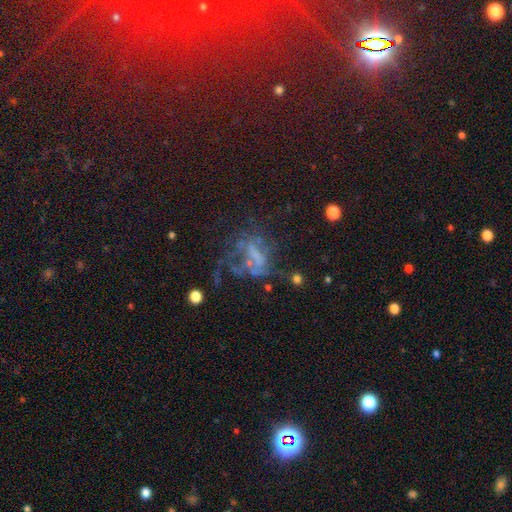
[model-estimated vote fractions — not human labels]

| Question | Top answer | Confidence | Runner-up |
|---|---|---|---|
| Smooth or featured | featured or disk | 48% | star or artifact (34%) |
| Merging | major disturbance | 45% | none (31%) |